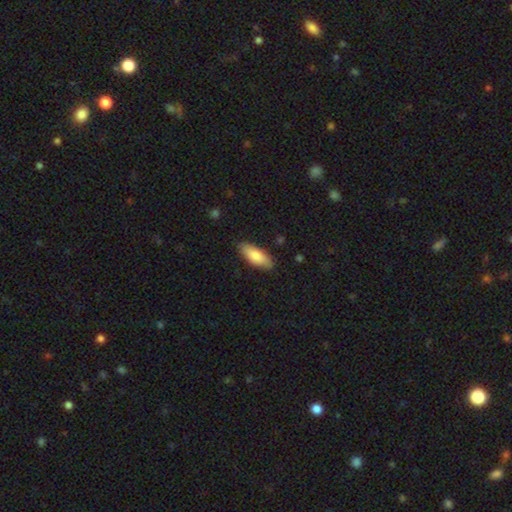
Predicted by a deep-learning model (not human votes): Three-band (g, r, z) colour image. It shows a smooth galaxy with no disk features (82%) that is in between round and cigar-shaped (75%). Merging: none (86%).